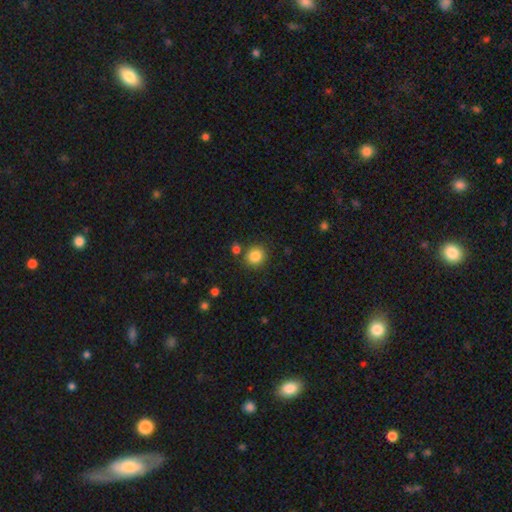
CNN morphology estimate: Overall: smooth (85%). How rounded: round (88%). Merging: none (82%).